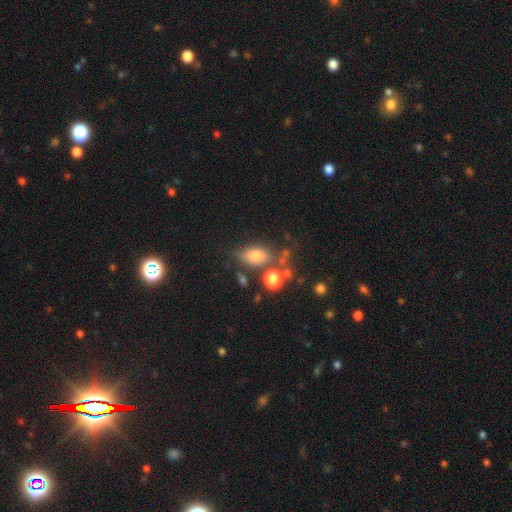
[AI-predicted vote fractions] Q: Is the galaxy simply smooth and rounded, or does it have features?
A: smooth — 72%.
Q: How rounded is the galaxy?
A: in between — 81%.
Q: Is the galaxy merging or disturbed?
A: none — 62%.